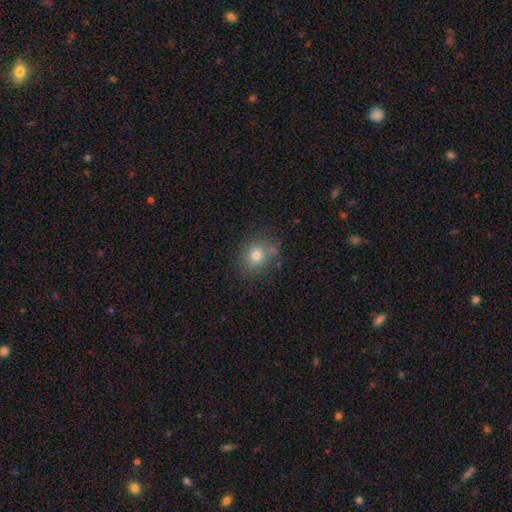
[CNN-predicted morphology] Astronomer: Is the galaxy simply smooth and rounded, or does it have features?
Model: smooth — 77%.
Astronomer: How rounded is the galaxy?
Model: round — 68%.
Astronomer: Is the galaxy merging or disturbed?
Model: none — 73%.